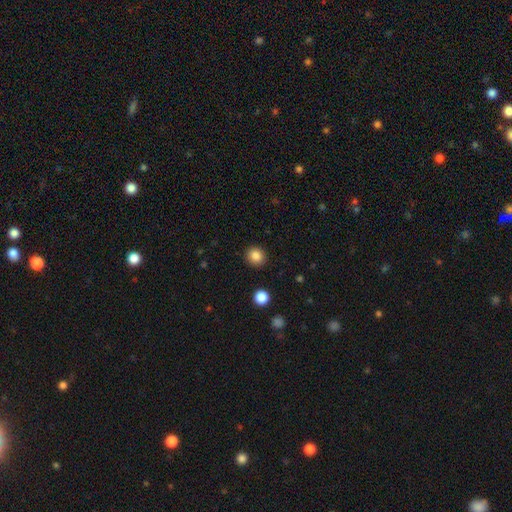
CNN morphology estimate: smooth_or_featured: smooth (p=0.85) [alt: star or artifact p=0.11]
how_rounded: round (p=0.87) [alt: in between p=0.12]
merging: none (p=0.92) [alt: minor disturbance p=0.05]